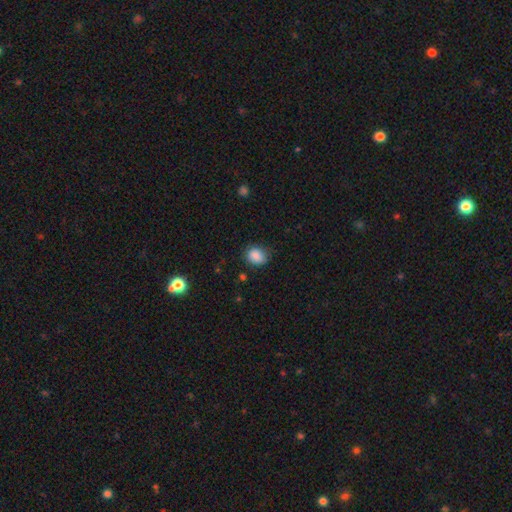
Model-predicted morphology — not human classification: smooth-or-featured: smooth: 86% | star or artifact: 9% | featured or disk: 5%
  how-rounded: round: 51% | in between: 48% | cigar-shaped: 1%
  merging: none: 72% | minor disturbance: 22% | major disturbance: 4% | merger: 2%